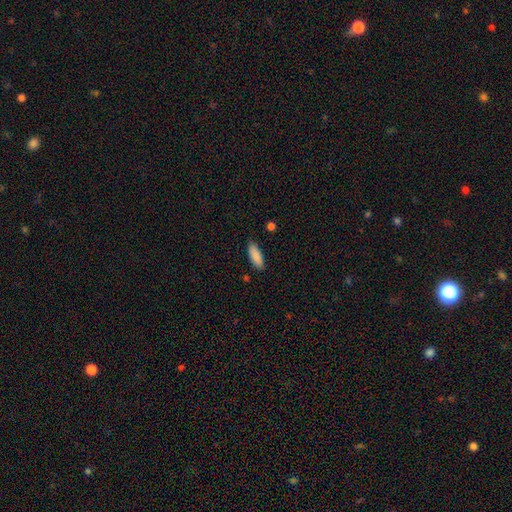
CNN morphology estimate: This is clearly a smooth galaxy (89%). How rounded: likely in between (69%). Merging: clearly none (85%).